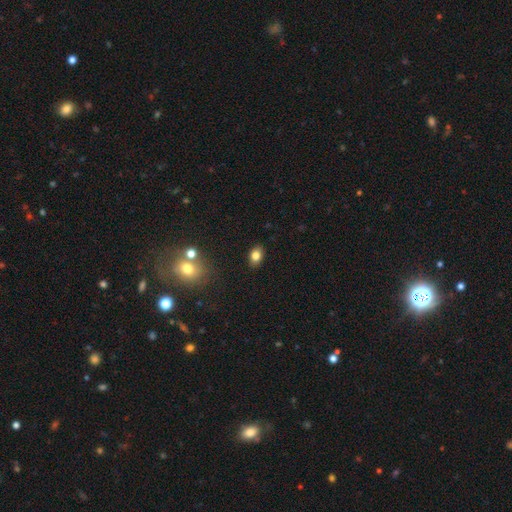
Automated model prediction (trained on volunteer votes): Smooth or featured? smooth (81%)
How rounded? in between (75%)
Merging? none (86%)